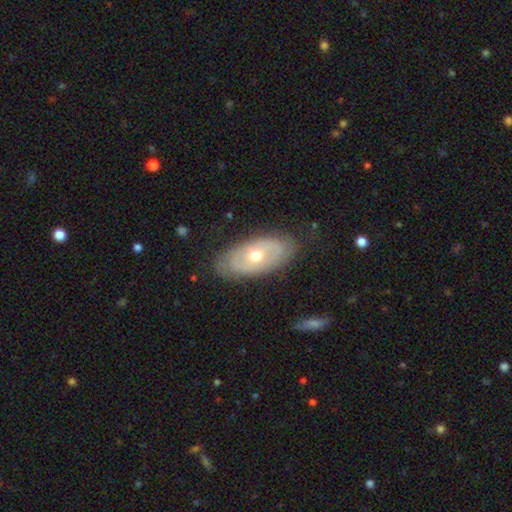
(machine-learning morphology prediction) featured or disk 60%, smooth 35%, star or artifact 6%. Down the decision tree: edge-on disk — no (87%); bar — no (85%); spiral arms — no (63%); bulge size — moderate (68%); merging — none (78%).